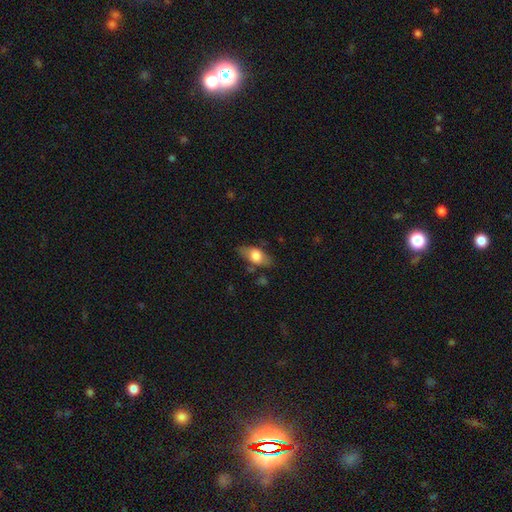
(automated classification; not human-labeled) Smooth or featured? smooth (67%)
How rounded? in between (84%)
Merging? none (72%)